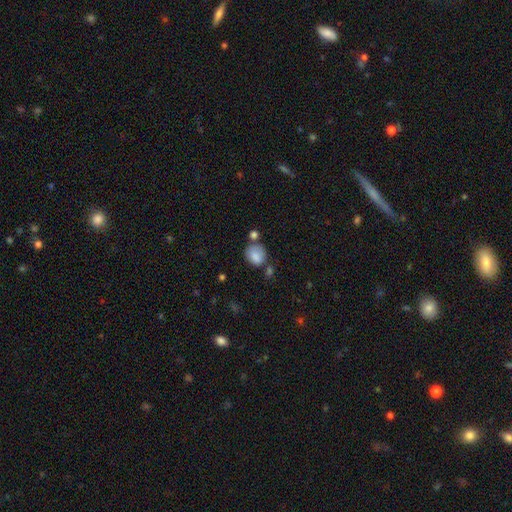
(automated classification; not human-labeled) Smooth or featured? Predicted: smooth (p=0.84). How rounded? Predicted: round (p=0.63). Merging? Predicted: none (p=0.57).